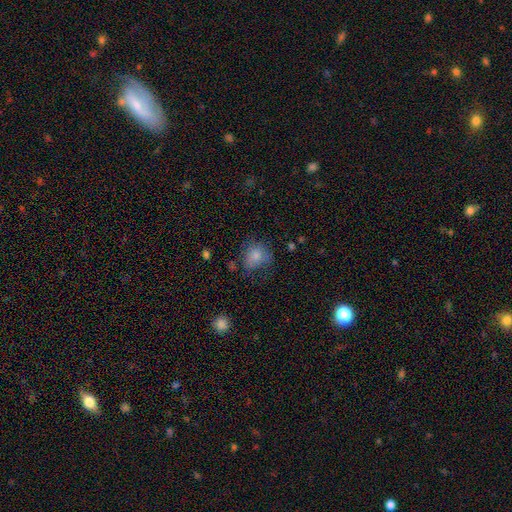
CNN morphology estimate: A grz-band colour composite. It shows a smooth galaxy with no disk features (78%) that is round (64%). Merging: none (52%).